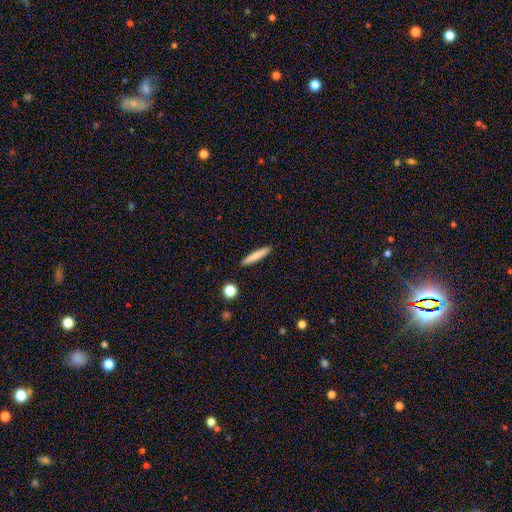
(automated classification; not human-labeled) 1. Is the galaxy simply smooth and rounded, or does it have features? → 78% smooth, 16% featured or disk, 6% star or artifact.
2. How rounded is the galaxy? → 93% cigar-shaped, 5% in between, 1% round.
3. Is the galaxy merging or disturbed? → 91% none, 6% minor disturbance, 1% merger, 1% major disturbance.